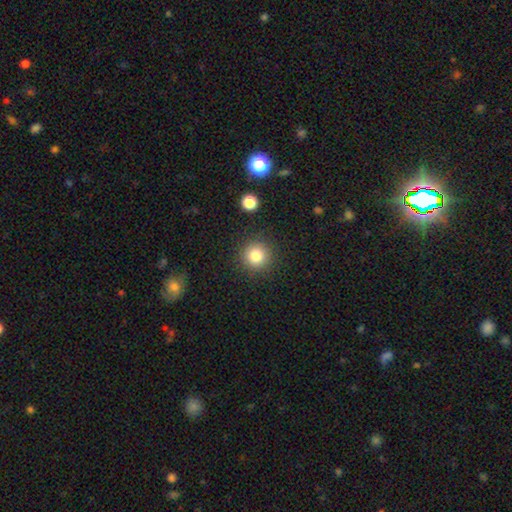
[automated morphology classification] smooth_or_featured: smooth (p=0.82) [alt: star or artifact p=0.12]
how_rounded: round (p=0.95) [alt: in between p=0.05]
merging: none (p=0.89) [alt: minor disturbance p=0.06]